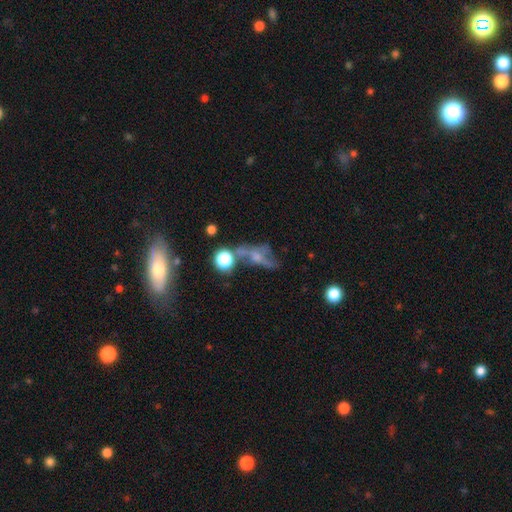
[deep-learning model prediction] This is possibly a featured or disk galaxy (50%). It is likely not viewed edge-on (79%). Merging: marginally none (38%).